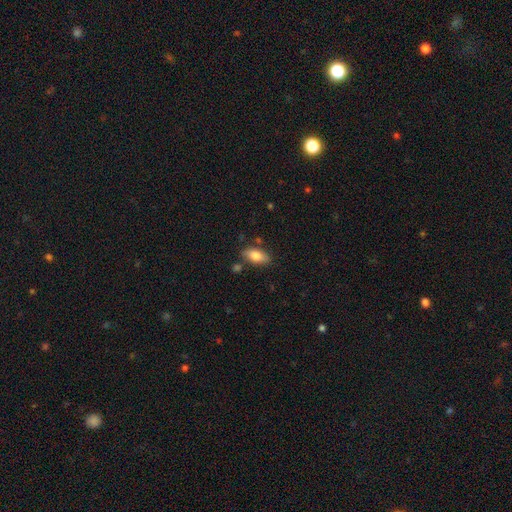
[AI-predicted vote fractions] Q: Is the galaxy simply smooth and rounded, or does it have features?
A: smooth — 79%.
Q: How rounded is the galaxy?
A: in between — 87%.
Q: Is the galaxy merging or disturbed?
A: none — 77%.